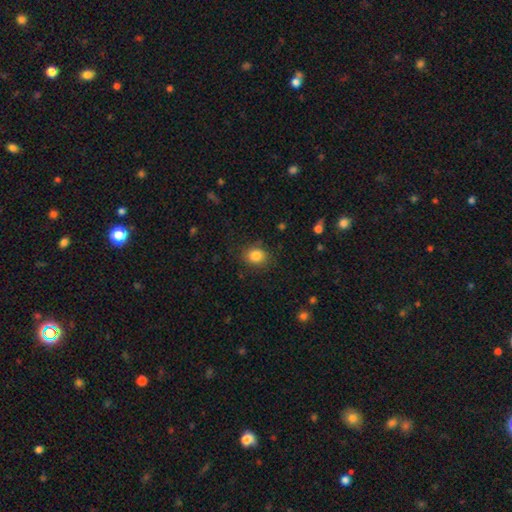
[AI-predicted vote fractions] Q: Smooth or featured?
A: smooth (84%); runner-up: star or artifact (10%)
Q: How rounded?
A: round (61%); runner-up: in between (38%)
Q: Merging?
A: none (84%); runner-up: minor disturbance (11%)